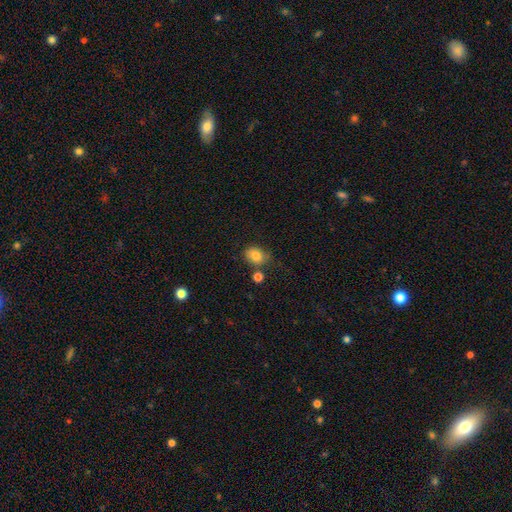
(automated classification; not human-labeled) smooth_or_featured: smooth (p=0.81) [alt: star or artifact p=0.10]
how_rounded: in between (p=0.58) [alt: round p=0.41]
merging: none (p=0.64) [alt: minor disturbance p=0.20]